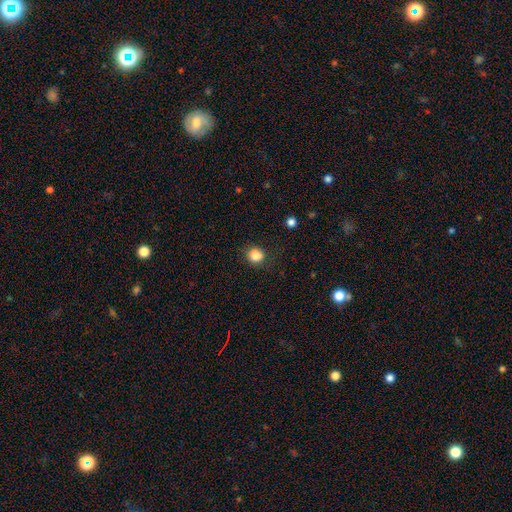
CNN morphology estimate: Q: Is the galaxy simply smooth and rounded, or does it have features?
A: smooth — 85%.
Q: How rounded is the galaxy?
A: round — 78%.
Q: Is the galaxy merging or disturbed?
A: none — 79%.